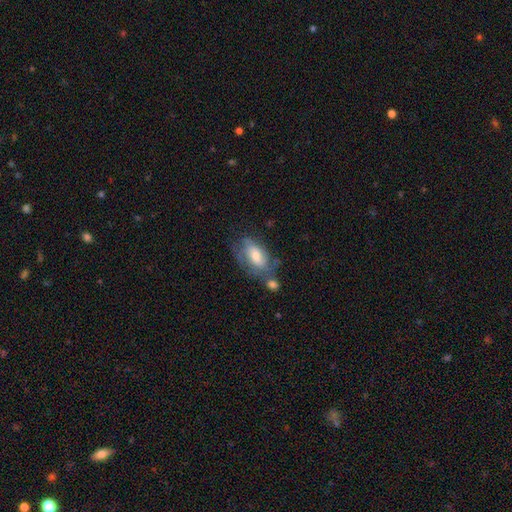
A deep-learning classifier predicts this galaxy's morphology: type=featured or disk (48%); merging=none (46%).